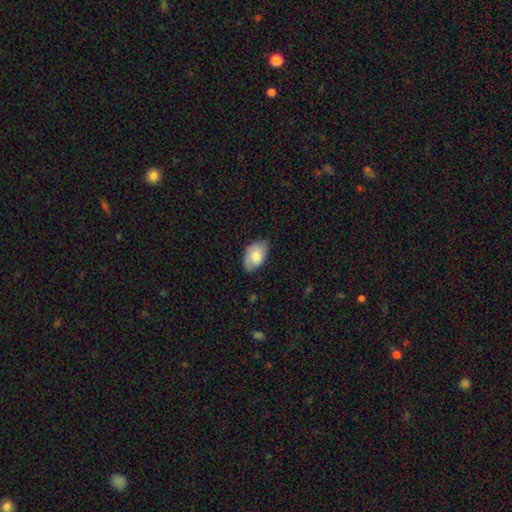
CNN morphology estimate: Q: Smooth or featured?
A: smooth (72%); runner-up: featured or disk (22%)
Q: How rounded?
A: in between (90%); runner-up: round (9%)
Q: Merging?
A: none (68%); runner-up: minor disturbance (27%)